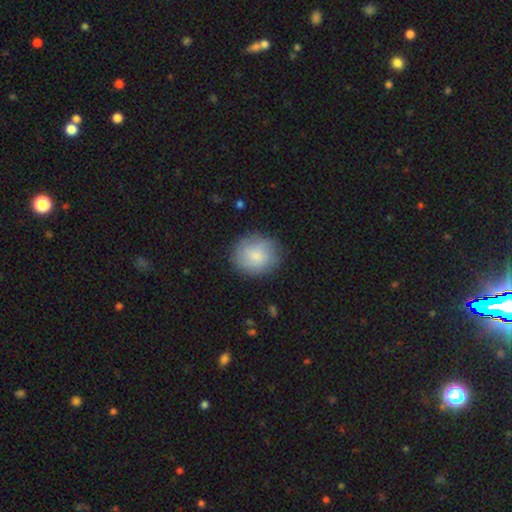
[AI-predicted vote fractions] A smooth galaxy with no disk features (76%) that is round (84%). Merging: none (83%).